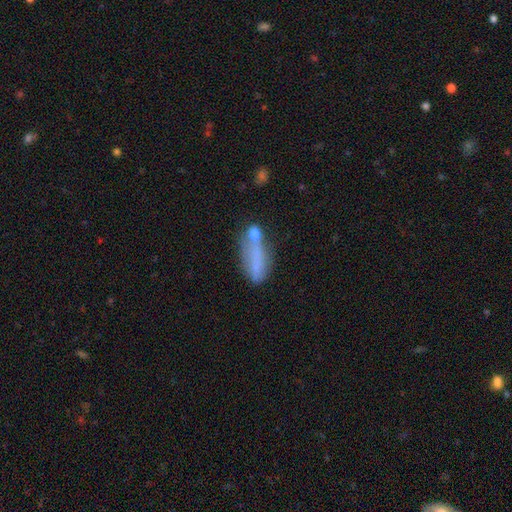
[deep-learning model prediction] smooth 60%, featured or disk 28%, star or artifact 12%. Down the decision tree: how rounded — in between (50%); merging — none (40%).